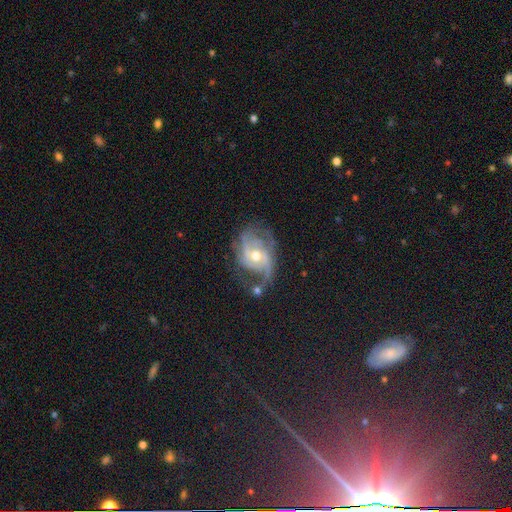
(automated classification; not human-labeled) featured or disk 86%, smooth 7%, star or artifact 6%. Down the decision tree: edge-on disk — no (97%); bar — no (56%); spiral arms — yes (94%); spiral arm count — 2 (51%); spiral winding — medium (44%); bulge size — moderate (69%); merging — none (49%).